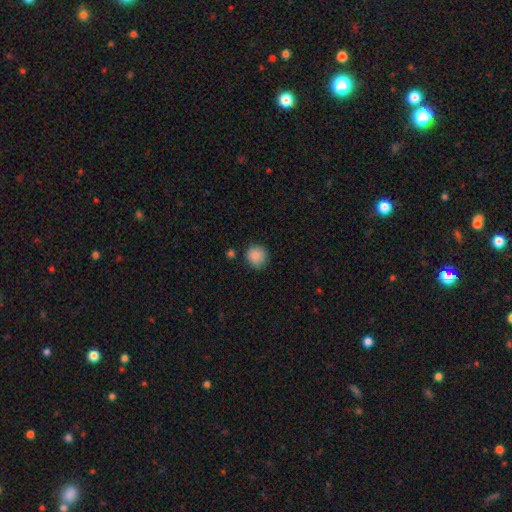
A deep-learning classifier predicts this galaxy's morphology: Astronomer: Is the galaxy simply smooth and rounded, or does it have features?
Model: smooth — 88%.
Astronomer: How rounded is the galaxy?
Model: round — 91%.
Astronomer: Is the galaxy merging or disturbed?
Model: none — 82%.